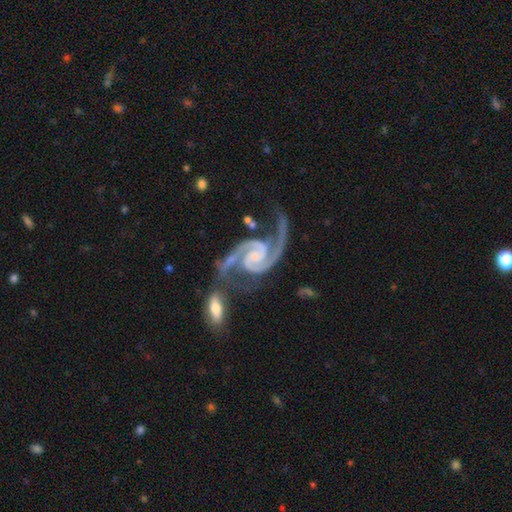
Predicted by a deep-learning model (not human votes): The model was most divided on "bar": no: 51%, weak: 34%, strong: 15%. Remaining: spiral arms — yes (99%); edge-on disk — no (98%); smooth or featured — featured or disk (95%); spiral arm count — 2 (94%); spiral winding — medium (57%); bulge size — small (50%); merging — none (44%).